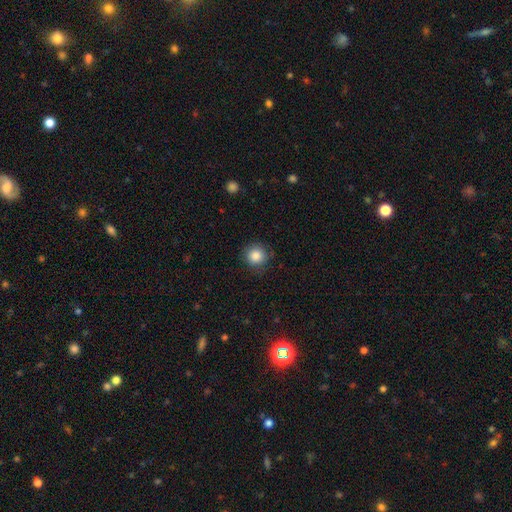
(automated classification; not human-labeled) Overall: smooth (86%). How rounded: round (92%). Merging: none (84%).